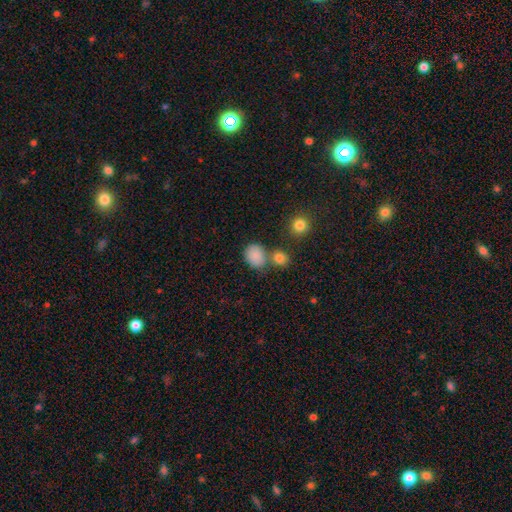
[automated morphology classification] Smooth or featured? Predicted: smooth (p=0.83). How rounded? Predicted: round (p=0.51). Merging? Predicted: none (p=0.62).